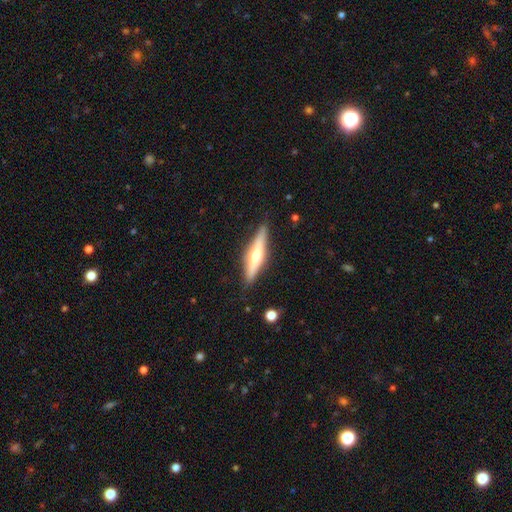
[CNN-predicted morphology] A featured or disk galaxy (59%) viewed edge-on (94%) with a rounded central bulge (90%).

Vote fractions:
- Smooth or featured? featured or disk: 59% / smooth: 35% / star or artifact: 6%
- Edge-on disk? yes: 94% / no: 6%
- Edge-on bulge? rounded: 90% / none: 5% / boxy: 5%
- Merging? none: 87% / minor disturbance: 10% / major disturbance: 2% / merger: 1%